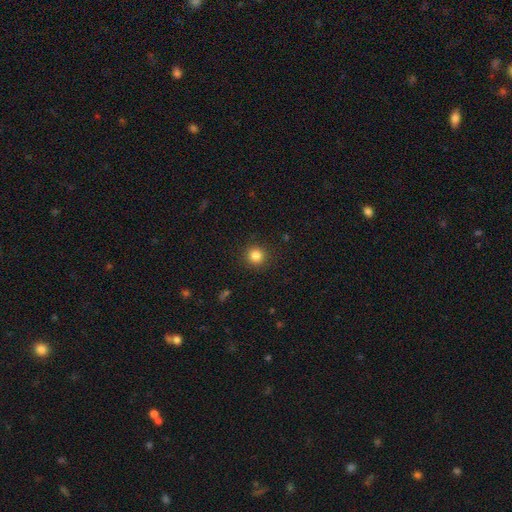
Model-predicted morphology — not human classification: Q: Smooth or featured?
A: smooth (84%); runner-up: star or artifact (12%)
Q: How rounded?
A: round (94%); runner-up: in between (5%)
Q: Merging?
A: none (91%); runner-up: minor disturbance (6%)